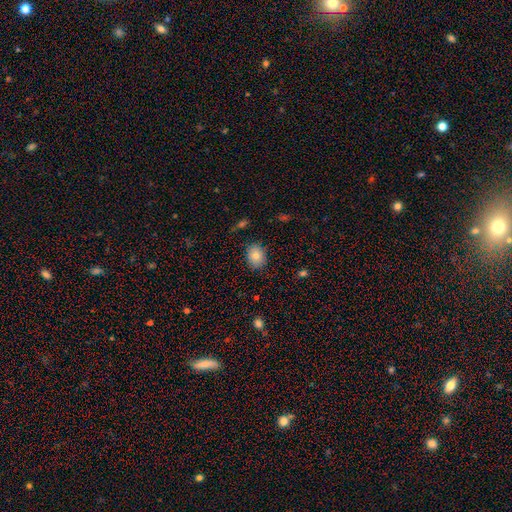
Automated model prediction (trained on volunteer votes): The model was most divided on "how rounded": in between: 54%, round: 45%, cigar-shaped: 1%. More confident: merging — none (84%); smooth or featured — smooth (79%).